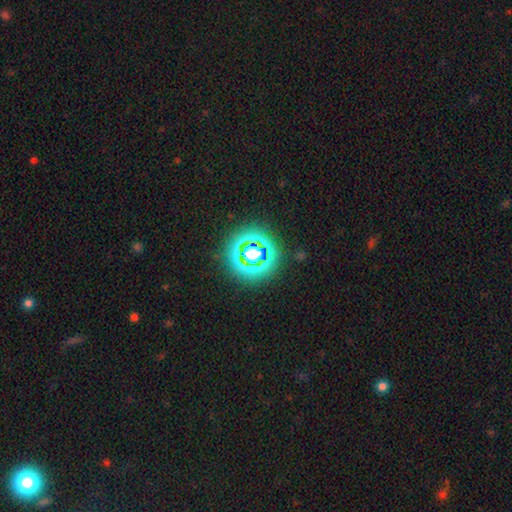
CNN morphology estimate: star or artifact 73%, smooth 17%, featured or disk 9%.